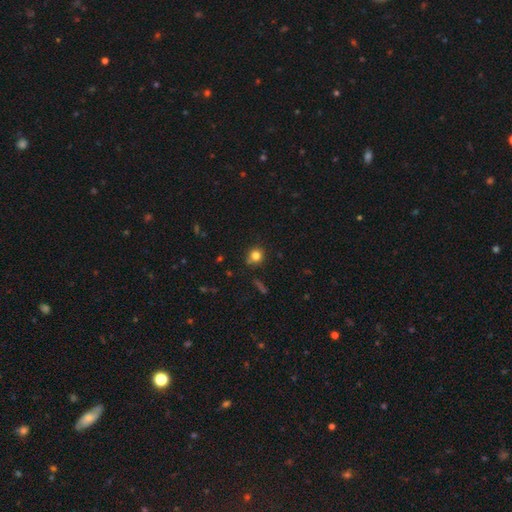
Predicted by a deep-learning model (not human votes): This appears to be a smooth galaxy with no disk features (81%) that is round (84%). Merging: none (76%).